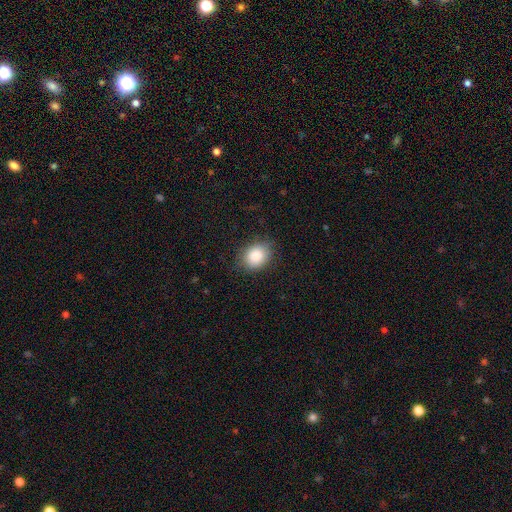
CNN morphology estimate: A smooth galaxy with no disk features (84%) that is in between round and cigar-shaped (55%).

Vote fractions:
- Smooth or featured? smooth: 84% / star or artifact: 9% / featured or disk: 8%
- How rounded? in between: 55% / round: 45% / cigar-shaped: 1%
- Merging? none: 82% / minor disturbance: 13% / major disturbance: 3% / merger: 1%